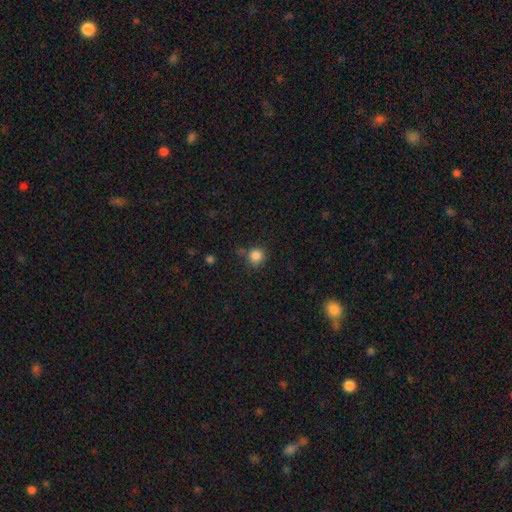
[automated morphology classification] smooth 85%, star or artifact 11%, featured or disk 4%. Down the decision tree: how rounded — round (91%); merging — none (75%).